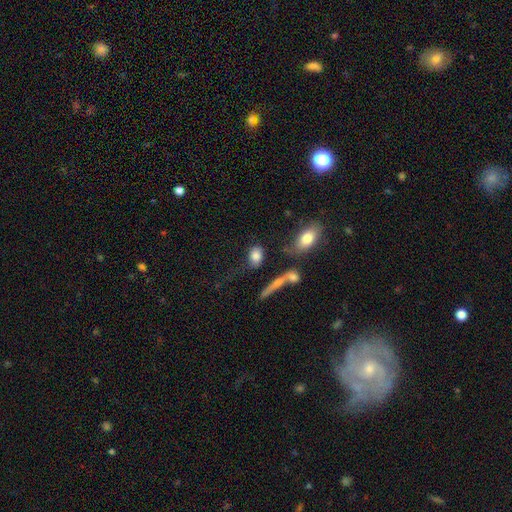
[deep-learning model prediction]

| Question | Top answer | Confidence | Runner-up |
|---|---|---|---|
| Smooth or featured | smooth | 81% | featured or disk (10%) |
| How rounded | in between | 76% | round (20%) |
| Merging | none | 58% | minor disturbance (17%) |